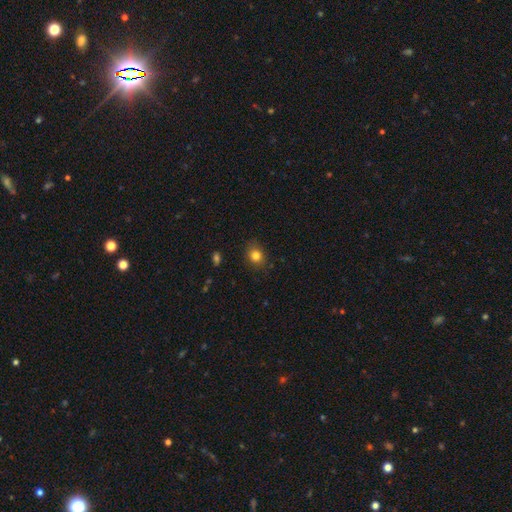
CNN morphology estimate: Smooth or featured? Predicted: smooth (p=0.82). How rounded? Predicted: round (p=0.60). Merging? Predicted: none (p=0.84).